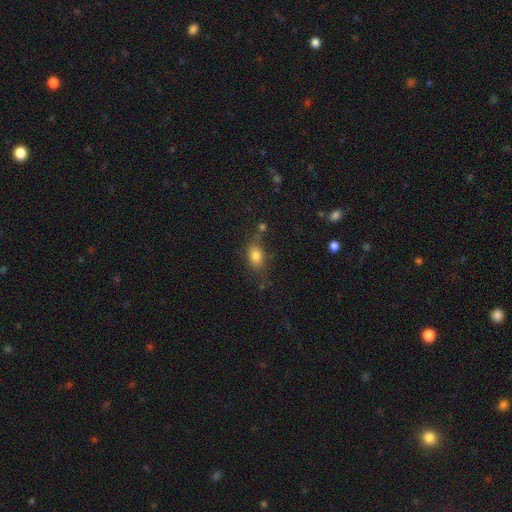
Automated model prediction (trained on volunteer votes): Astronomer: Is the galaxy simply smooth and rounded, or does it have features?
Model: smooth — 79%.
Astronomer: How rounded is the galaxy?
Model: in between — 78%.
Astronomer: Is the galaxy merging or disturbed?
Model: none — 63%.